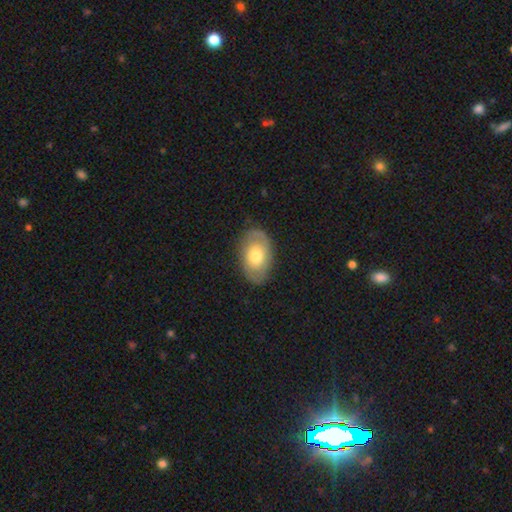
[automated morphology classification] Smooth or featured? smooth (61%)
How rounded? in between (88%)
Merging? none (80%)